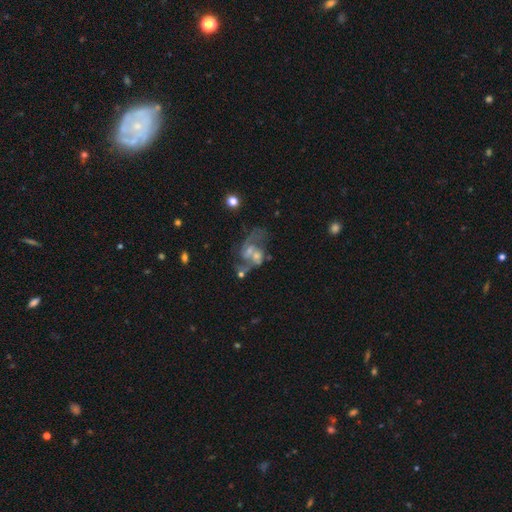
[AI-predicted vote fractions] Smooth or featured: featured or disk — 72% (smooth — 15%)
Edge-on disk: no — 97% (yes — 3%)
Bar: no — 59% (weak — 33%)
Spiral arms: yes — 77% (no — 23%)
Spiral winding: loose — 54% (medium — 36%)
Spiral arm count: 2 — 76% (can't tell — 10%)
Bulge size: small — 46% (moderate — 30%)
Merging: none — 32% (merger — 29%)